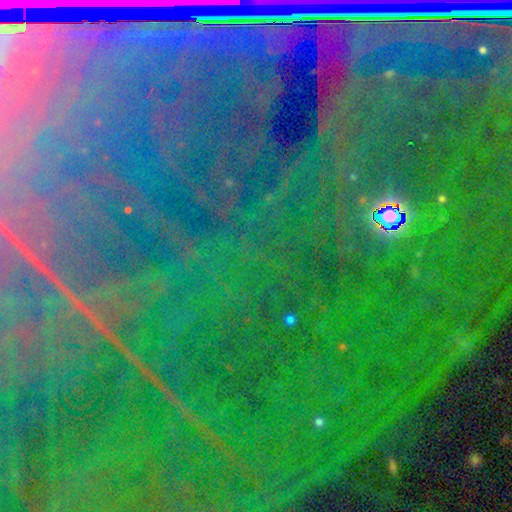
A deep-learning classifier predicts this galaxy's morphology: A star or artifact, not a galaxy (86%).